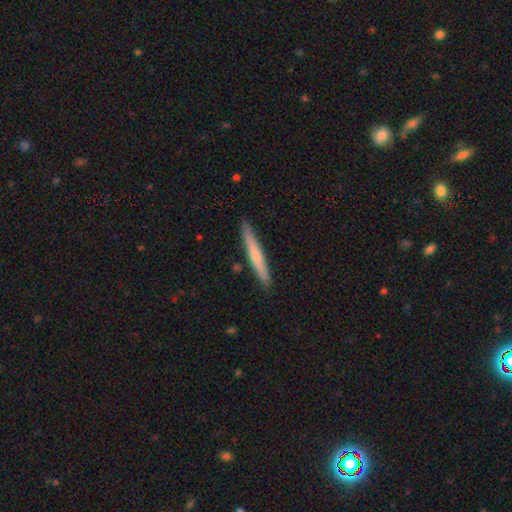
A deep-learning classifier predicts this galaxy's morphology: Smooth or featured: smooth — 59% (featured or disk — 36%)
How rounded: cigar-shaped — 96% (in between — 3%)
Merging: none — 89% (minor disturbance — 8%)